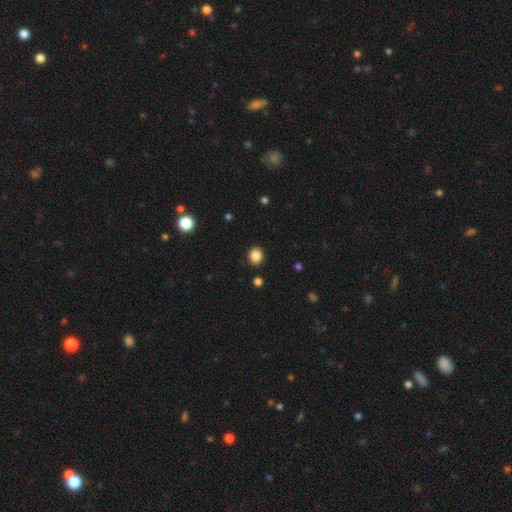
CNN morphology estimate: This appears to be a smooth galaxy with no disk features (86%) that is round (75%). Merging: none (90%).